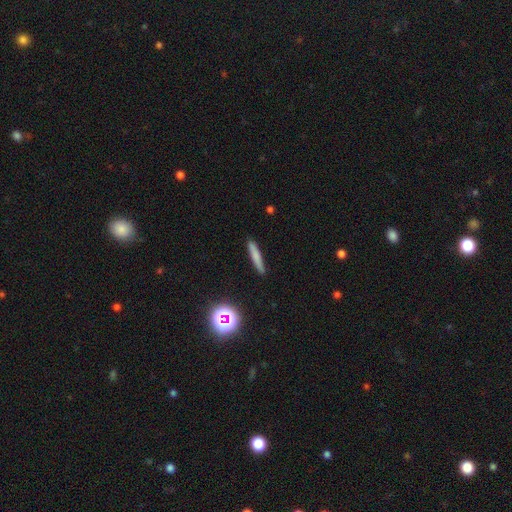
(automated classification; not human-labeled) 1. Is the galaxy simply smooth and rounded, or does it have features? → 71% smooth, 19% featured or disk, 10% star or artifact.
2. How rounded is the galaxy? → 93% cigar-shaped, 5% in between, 2% round.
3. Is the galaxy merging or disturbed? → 89% none, 8% minor disturbance, 2% major disturbance, 1% merger.